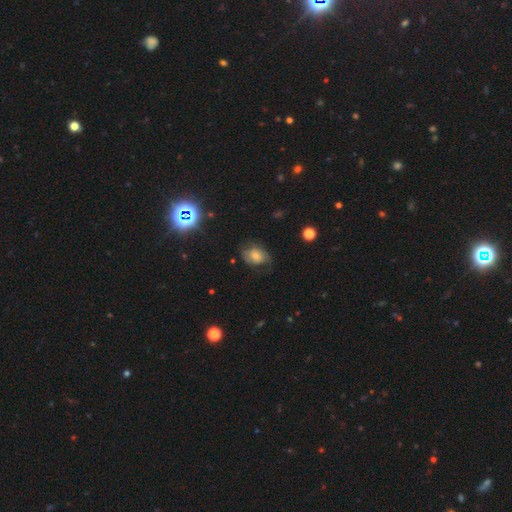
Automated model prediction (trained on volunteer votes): A smooth galaxy with no disk features (50%) that is in between round and cigar-shaped (69%). Merging: none (59%).